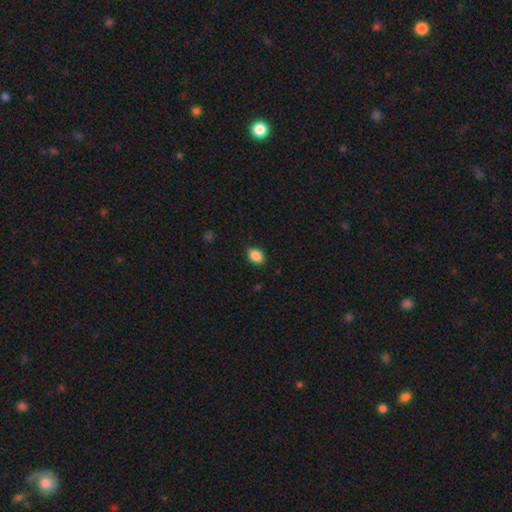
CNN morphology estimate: Q: Smooth or featured?
A: smooth (89%); runner-up: star or artifact (8%)
Q: How rounded?
A: in between (79%); runner-up: round (20%)
Q: Merging?
A: none (89%); runner-up: minor disturbance (8%)